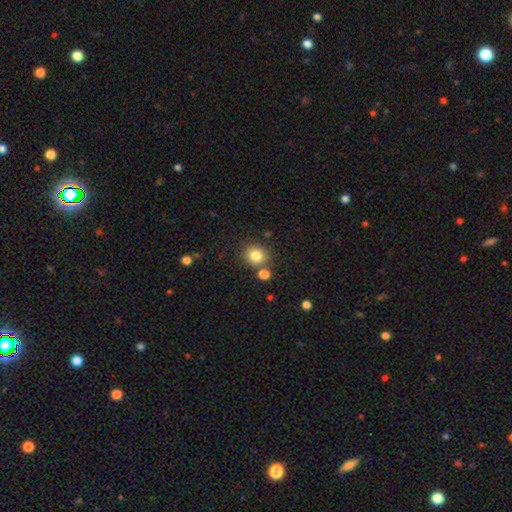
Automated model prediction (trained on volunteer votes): Smooth or featured? smooth (81%)
How rounded? round (79%)
Merging? none (75%)